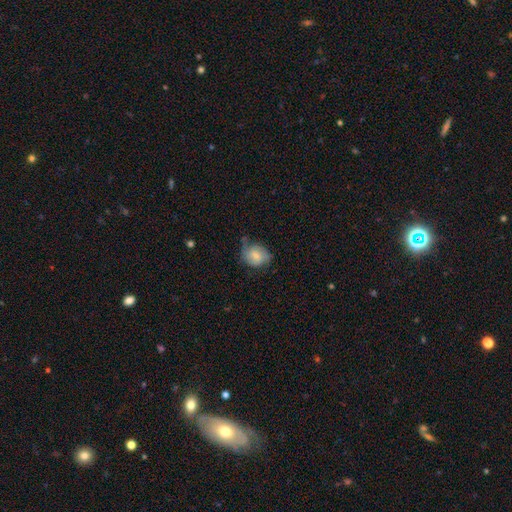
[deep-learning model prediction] A smooth galaxy with no disk features (63%) that is round (56%). Merging: none (47%).